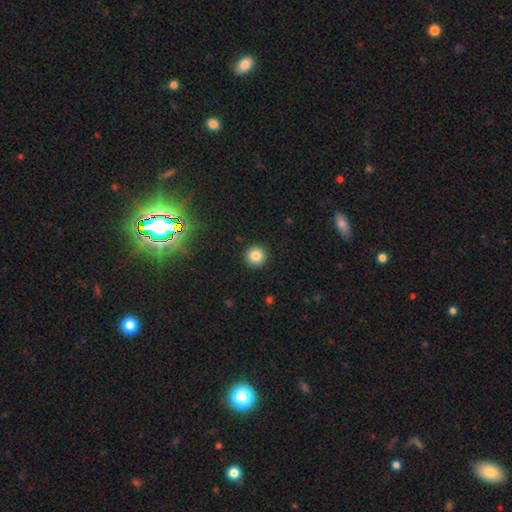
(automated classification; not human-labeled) This appears to be a smooth galaxy with no disk features (85%) that is round (95%). Merging: none (92%).